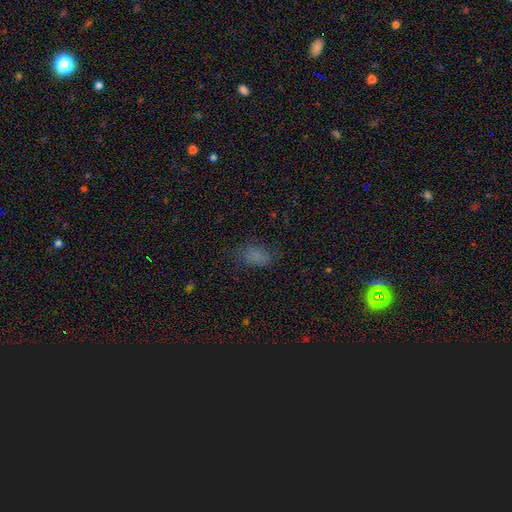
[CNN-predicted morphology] Smooth or featured?
  - smooth: 76% *
  - star or artifact: 16%
  - featured or disk: 8%
How rounded?
  - in between: 88% *
  - round: 10%
  - cigar-shaped: 2%
Merging?
  - none: 68% *
  - minor disturbance: 20%
  - major disturbance: 10%
  - merger: 1%